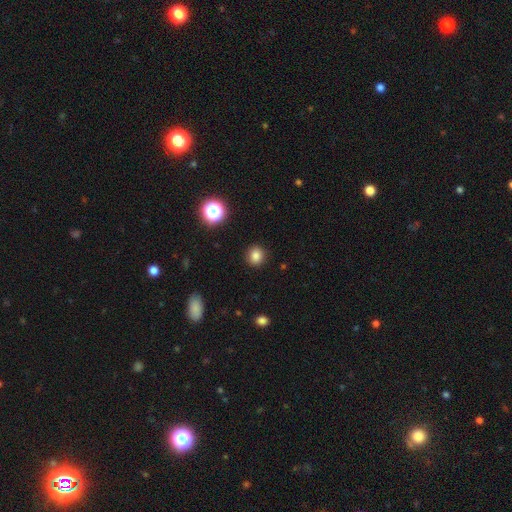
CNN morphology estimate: Smooth or featured?
  - smooth: 83% *
  - star or artifact: 13%
  - featured or disk: 4%
How rounded?
  - round: 86% *
  - in between: 13%
  - cigar-shaped: 1%
Merging?
  - none: 91% *
  - minor disturbance: 6%
  - major disturbance: 2%
  - merger: 1%